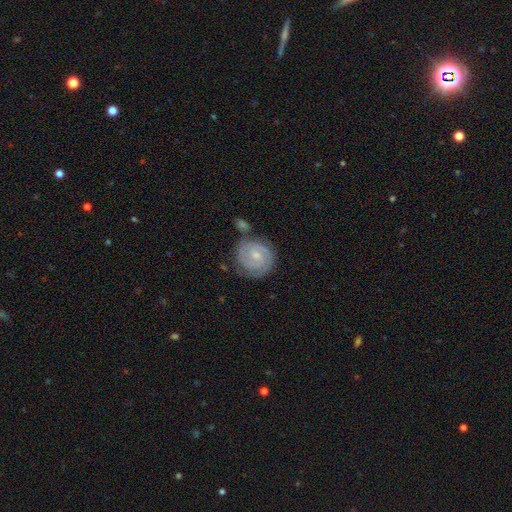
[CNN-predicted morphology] smooth-or-featured: featured or disk: 81% | smooth: 14% | star or artifact: 5%
  disk-edge-on: no: 98% | yes: 2%
    bar: no: 47% | weak: 45% | strong: 8%
    has-spiral-arms: yes: 96% | no: 4%
      spiral-winding: tight: 74% | medium: 22% | loose: 4%
      spiral-arm-count: 2: 69% | can't tell: 13% | 3: 11% | 1: 3% | 4: 2% | more than 4: 2%
    bulge-size: small: 56% | moderate: 38% | none: 3% | large: 2% | dominant: 1%
  merging: none: 70% | minor disturbance: 16% | merger: 9% | major disturbance: 5%